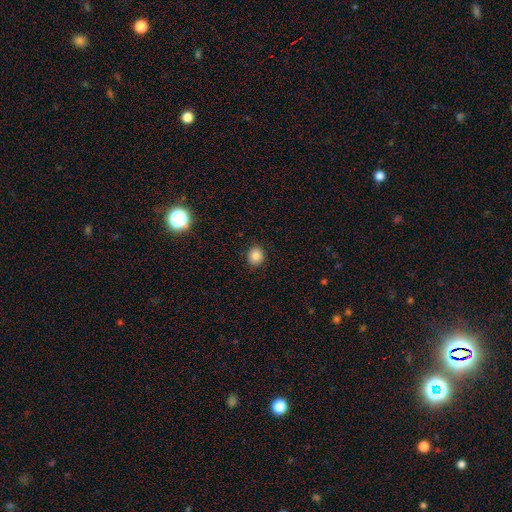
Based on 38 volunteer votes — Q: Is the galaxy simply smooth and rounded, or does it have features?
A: smooth — 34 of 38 (89%).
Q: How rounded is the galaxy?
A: round — 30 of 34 (88%).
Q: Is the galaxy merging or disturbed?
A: none — 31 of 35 (89%).